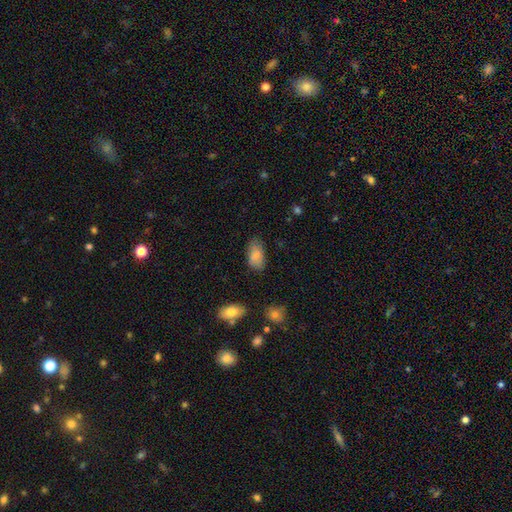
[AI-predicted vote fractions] Overall: smooth (81%). How rounded: in between (93%). Merging: none (70%).